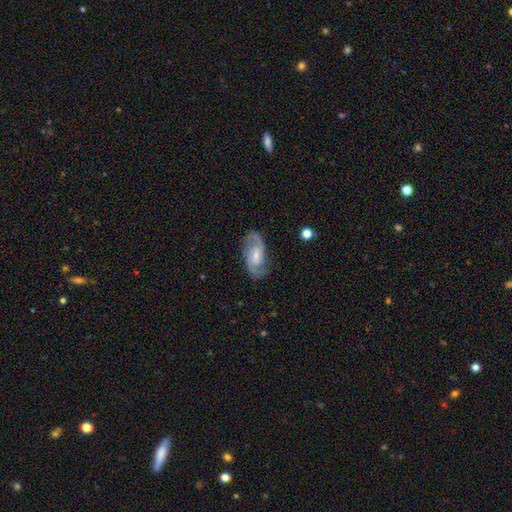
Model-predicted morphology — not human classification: smooth_or_featured: featured or disk (p=0.82) [alt: smooth p=0.13]
disk_edge_on: no (p=0.96) [alt: yes p=0.04]
bar: weak (p=0.53) [alt: no p=0.30]
has_spiral_arms: yes (p=0.95) [alt: no p=0.05]
spiral_winding: medium (p=0.55) [alt: tight p=0.23]
spiral_arm_count: 2 (p=0.89) [alt: can't tell p=0.05]
bulge_size: small (p=0.56) [alt: moderate p=0.34]
merging: none (p=0.79) [alt: minor disturbance p=0.15]